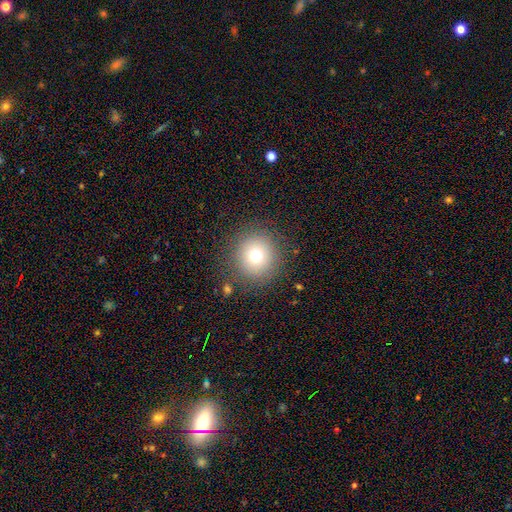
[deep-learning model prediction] Smooth or featured?
  - smooth: 72% *
  - star or artifact: 15%
  - featured or disk: 12%
How rounded?
  - round: 92% *
  - in between: 7%
  - cigar-shaped: 1%
Merging?
  - none: 86% *
  - minor disturbance: 8%
  - major disturbance: 4%
  - merger: 2%